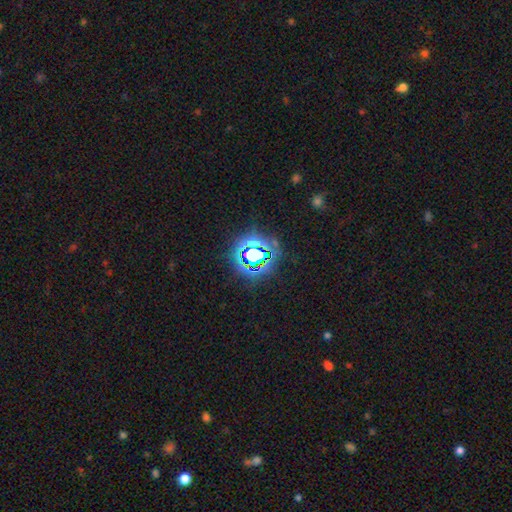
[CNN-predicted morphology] star or artifact 72%, smooth 18%, featured or disk 9%.